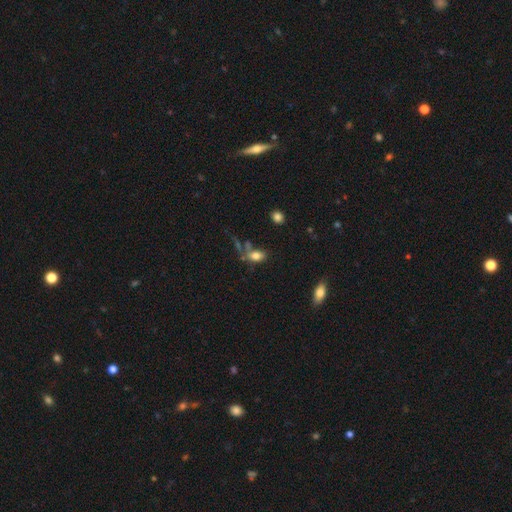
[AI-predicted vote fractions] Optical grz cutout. It shows a smooth galaxy with no disk features (77%) that is in between round and cigar-shaped (88%). Merging: none (49%).